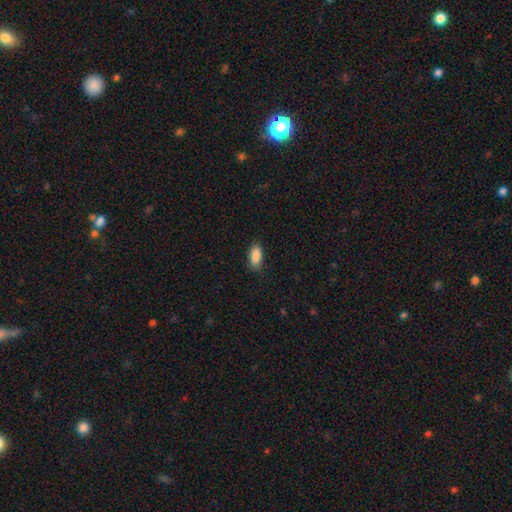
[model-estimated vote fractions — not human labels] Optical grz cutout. It shows a smooth galaxy with no disk features (89%) that is in between round and cigar-shaped (90%). Merging: none (82%).